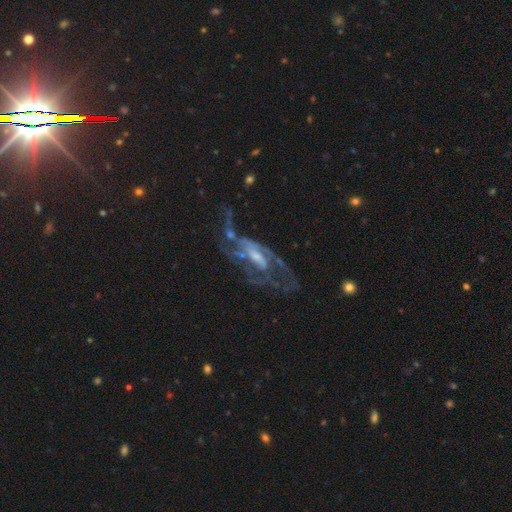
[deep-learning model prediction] The model was most divided on "bulge size": small: 44%, moderate: 40%, none: 10%, large: 5%, dominant: 1%. Remaining: edge-on disk — no (92%); spiral arms — yes (86%); smooth or featured — featured or disk (84%); spiral winding — medium (46%); bar — weak (46%); merging — none (39%); spiral arm count — 2 (38%).